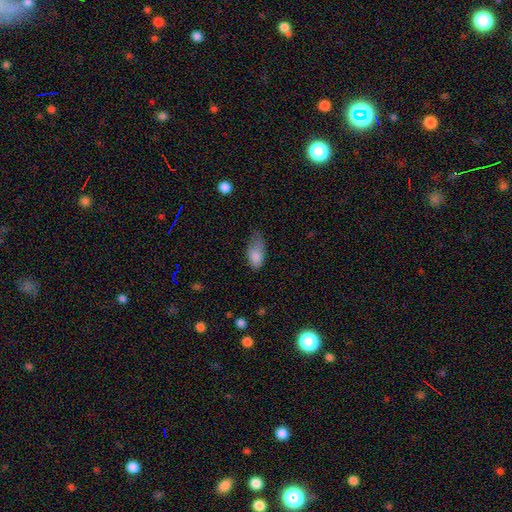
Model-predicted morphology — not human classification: smooth-or-featured: smooth: 83% | featured or disk: 9% | star or artifact: 8%
  how-rounded: in between: 91% | cigar-shaped: 5% | round: 4%
  merging: minor disturbance: 45% | none: 27% | major disturbance: 26% | merger: 2%